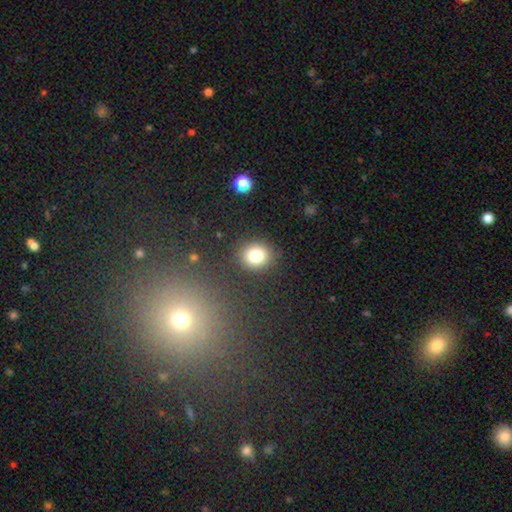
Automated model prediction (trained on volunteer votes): smooth 82%, star or artifact 12%, featured or disk 6%. Down the decision tree: how rounded — round (77%); merging — none (86%).